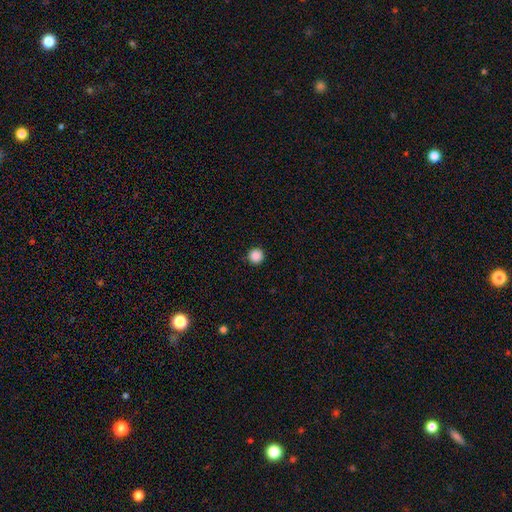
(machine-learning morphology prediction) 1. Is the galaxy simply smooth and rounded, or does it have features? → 88% smooth, 10% star or artifact, 2% featured or disk.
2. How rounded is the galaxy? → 97% round, 2% in between, 1% cigar-shaped.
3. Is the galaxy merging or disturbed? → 93% none, 4% minor disturbance, 2% major disturbance, 1% merger.